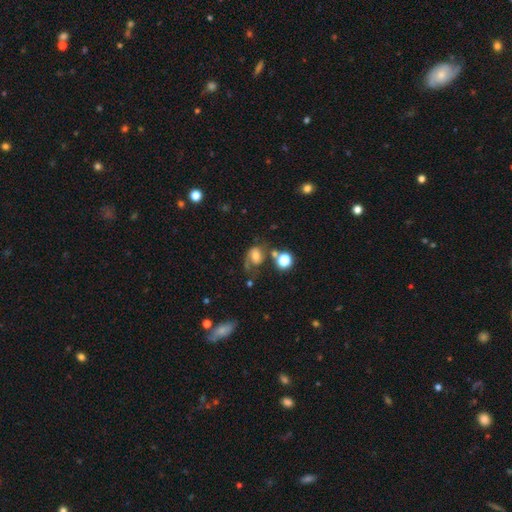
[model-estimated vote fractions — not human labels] smooth_or_featured: featured or disk (p=0.44) [alt: smooth p=0.43]
merging: none (p=0.38) [alt: major disturbance p=0.26]